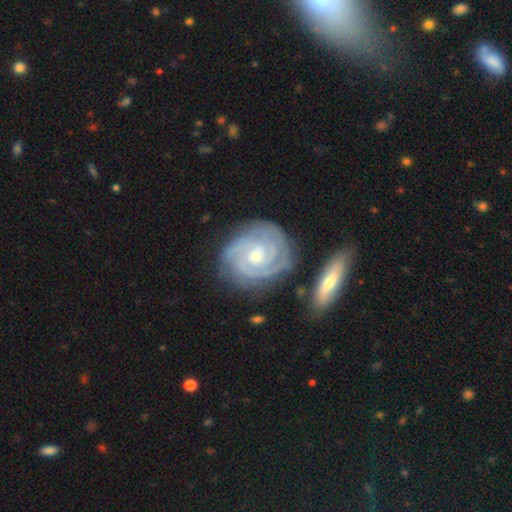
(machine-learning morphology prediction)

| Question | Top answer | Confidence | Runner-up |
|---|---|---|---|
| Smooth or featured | featured or disk | 90% | smooth (6%) |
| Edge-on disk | no | 97% | yes (3%) |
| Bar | no | 58% | weak (32%) |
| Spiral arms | yes | 98% | no (2%) |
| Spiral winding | tight | 79% | medium (18%) |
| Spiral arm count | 2 | 37% | 3 (32%) |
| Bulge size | moderate | 54% | small (35%) |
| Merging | none | 73% | minor disturbance (16%) |